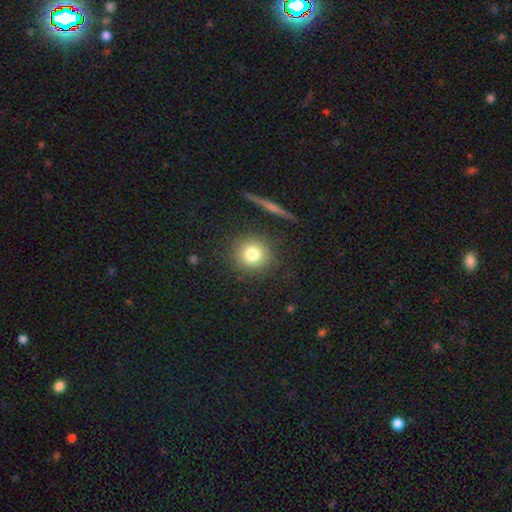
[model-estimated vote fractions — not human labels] smooth 64%, star or artifact 26%, featured or disk 10%. Down the decision tree: how rounded — round (92%); merging — none (88%).